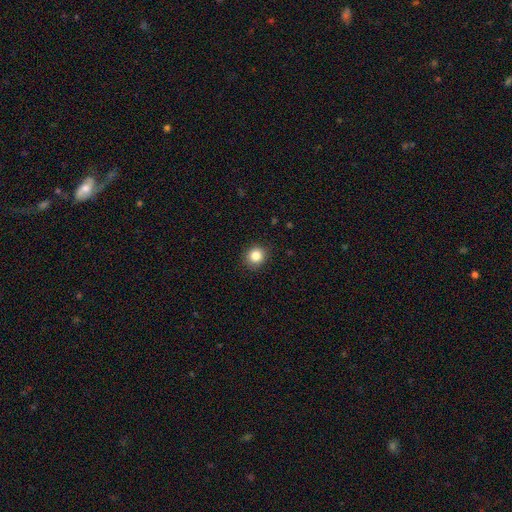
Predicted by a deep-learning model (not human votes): smooth 85%, star or artifact 11%, featured or disk 4%. Down the decision tree: how rounded — round (87%); merging — none (90%).